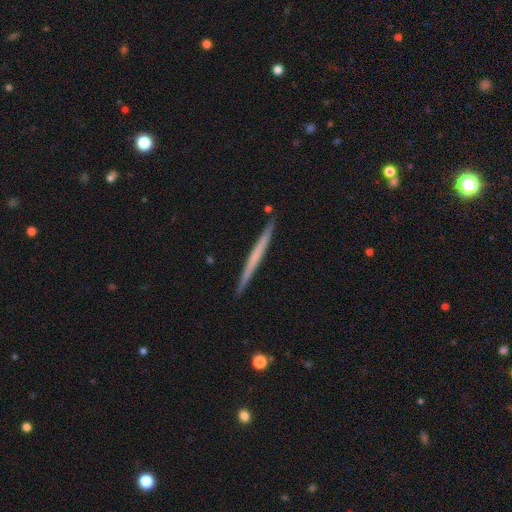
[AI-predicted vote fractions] A featured or disk galaxy (51%) viewed edge-on (98%). Merging: none (91%).